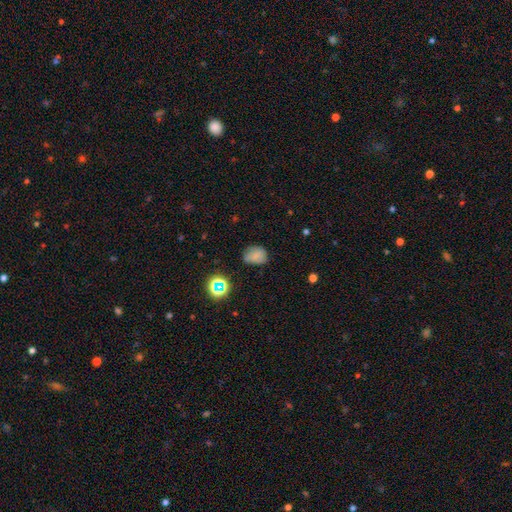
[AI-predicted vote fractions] Q: Smooth or featured?
A: smooth (67%); runner-up: star or artifact (18%)
Q: How rounded?
A: in between (55%); runner-up: round (44%)
Q: Merging?
A: none (59%); runner-up: minor disturbance (29%)